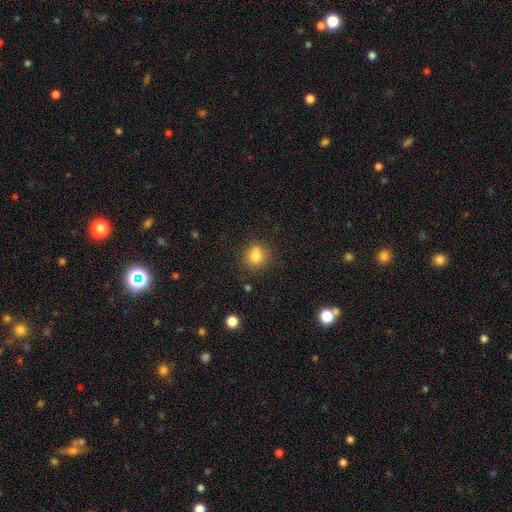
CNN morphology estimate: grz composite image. It shows a smooth galaxy with no disk features (80%) that is round (82%). Merging: none (74%).